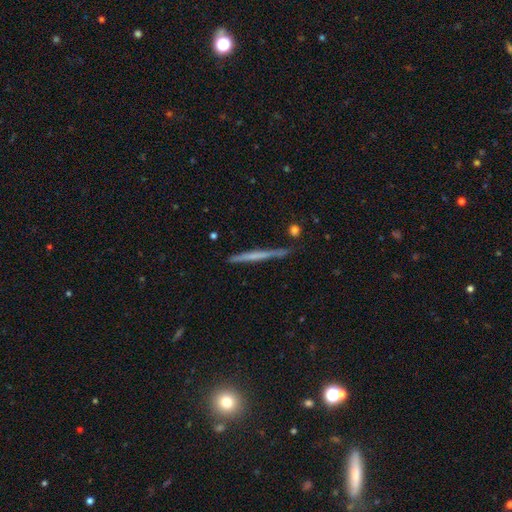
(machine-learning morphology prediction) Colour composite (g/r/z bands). It shows a featured or disk galaxy (53%) viewed edge-on (97%) with no central bulge (80%). Merging: none (87%).